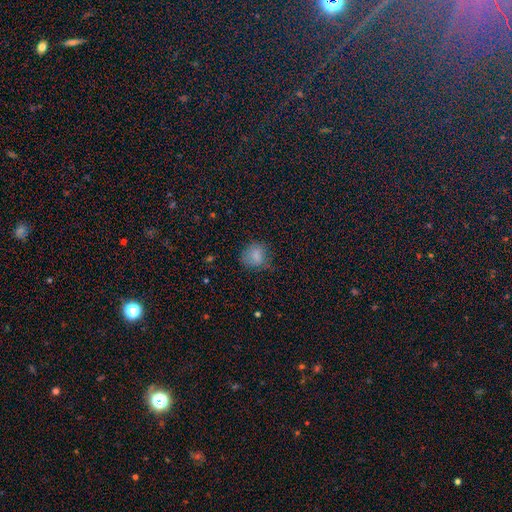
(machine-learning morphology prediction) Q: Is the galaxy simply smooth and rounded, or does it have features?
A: smooth — 79%.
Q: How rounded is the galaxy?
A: round — 75%.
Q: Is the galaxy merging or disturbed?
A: none — 62%.